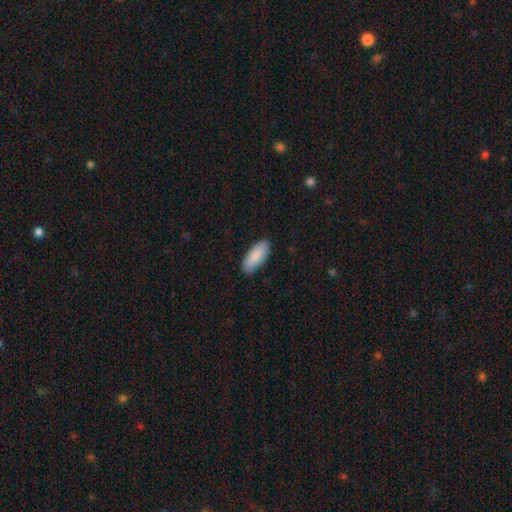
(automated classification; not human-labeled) smooth 89%, featured or disk 6%, star or artifact 5%. Down the decision tree: how rounded — in between (83%); merging — none (88%).